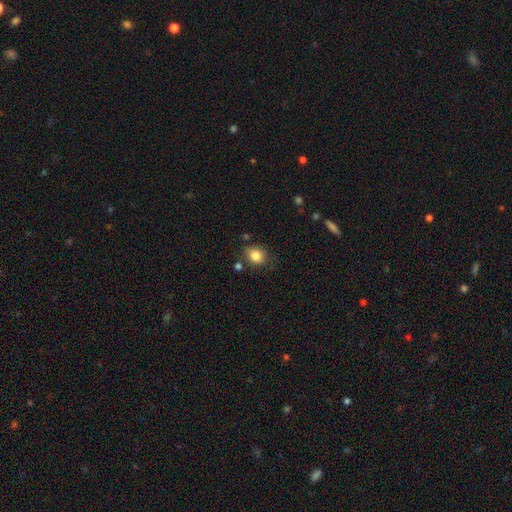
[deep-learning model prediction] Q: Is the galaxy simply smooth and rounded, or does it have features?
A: smooth — 84%.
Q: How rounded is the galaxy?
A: round — 54%.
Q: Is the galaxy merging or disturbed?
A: none — 73%.